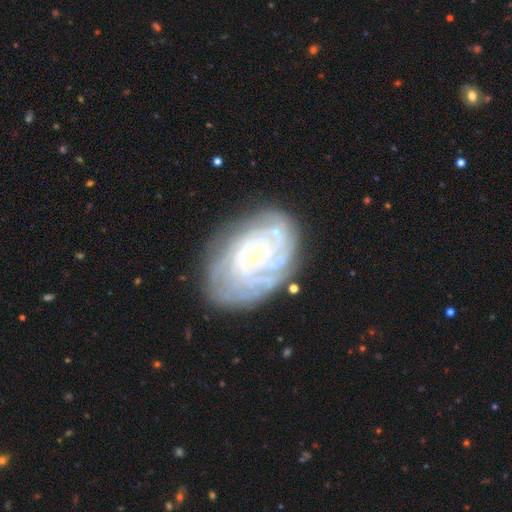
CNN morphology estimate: A featured or disk galaxy (83%) with no bar (76%), tight (81%) spiral arms (96%) and a small central bulge (85%).

Vote fractions:
- Smooth or featured? featured or disk: 83% / smooth: 10% / star or artifact: 7%
- Edge-on disk? no: 97% / yes: 3%
- Bar? no: 76% / weak: 18% / strong: 5%
- Spiral arms? yes: 96% / no: 4%
- Spiral winding? tight: 81% / medium: 16% / loose: 3%
- Spiral arm count? can't tell: 31% / 4: 22% / 3: 15% / more than 4: 15% / 2: 11% / 1: 7%
- Bulge size? small: 85% / moderate: 9% / none: 3% / large: 1% / dominant: 1%
- Merging? none: 71% / minor disturbance: 19% / major disturbance: 7% / merger: 2%